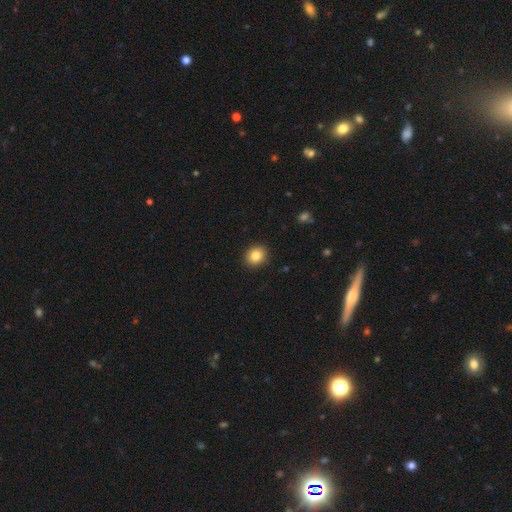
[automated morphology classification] Smooth or featured: smooth — 84% (star or artifact — 10%)
How rounded: round — 68% (in between — 31%)
Merging: none — 91% (minor disturbance — 6%)